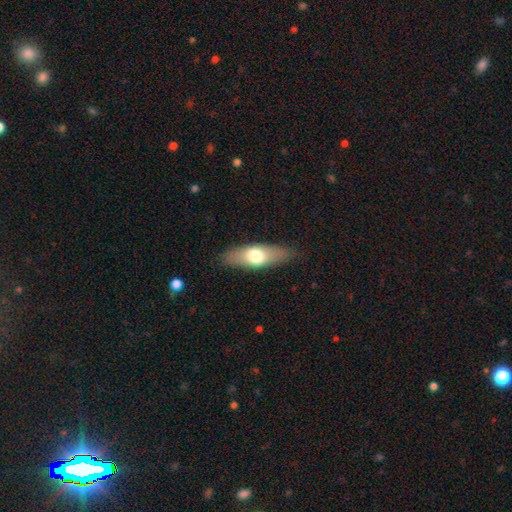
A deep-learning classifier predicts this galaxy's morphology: This appears to be a smooth galaxy with no disk features (62%) that is in between round and cigar-shaped (62%). Merging: none (83%).